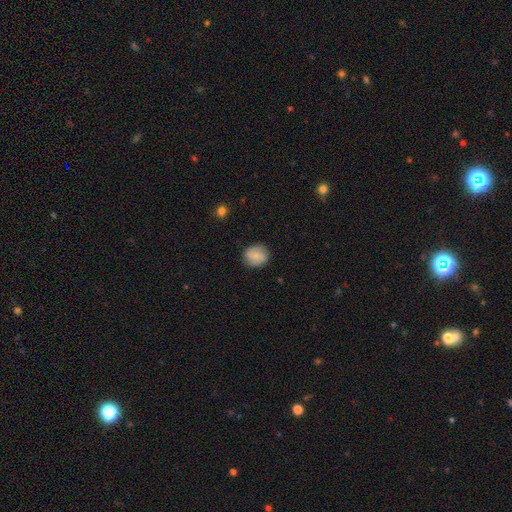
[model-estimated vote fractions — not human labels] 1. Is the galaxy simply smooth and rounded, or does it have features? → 75% smooth, 18% featured or disk, 8% star or artifact.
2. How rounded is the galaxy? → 76% round, 23% in between, 1% cigar-shaped.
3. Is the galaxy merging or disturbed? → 86% none, 10% minor disturbance, 3% major disturbance, 1% merger.